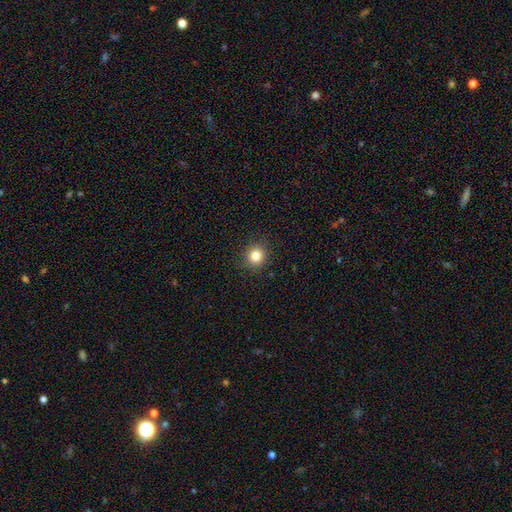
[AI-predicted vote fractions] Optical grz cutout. It shows a smooth galaxy with no disk features (81%) that is round (90%). Merging: none (91%).